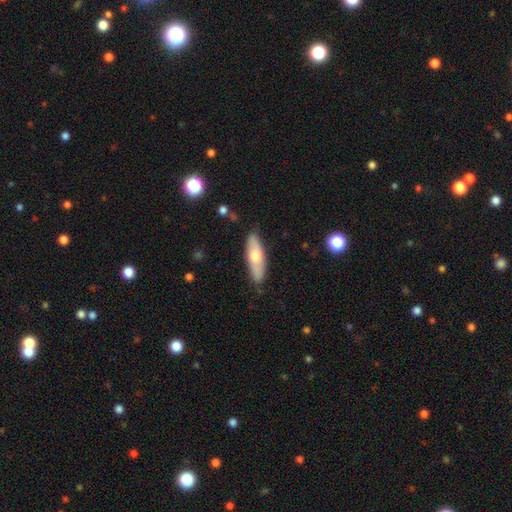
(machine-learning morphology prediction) smooth_or_featured: smooth (p=0.56) [alt: featured or disk p=0.38]
how_rounded: in between (p=0.50) [alt: cigar-shaped p=0.48]
merging: none (p=0.84) [alt: minor disturbance p=0.12]